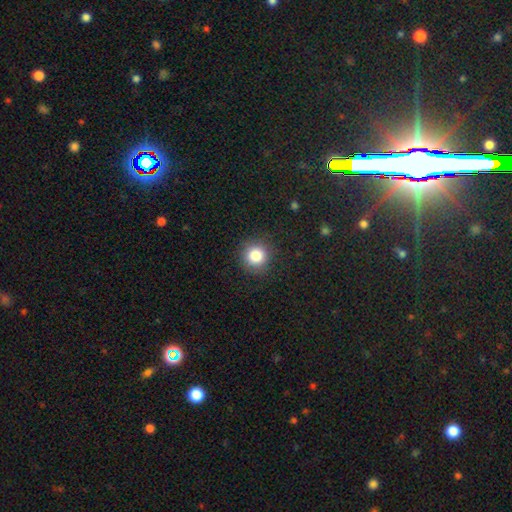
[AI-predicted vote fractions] Morphology: type=smooth (83%); roundness=round (93%); merging=none (89%).